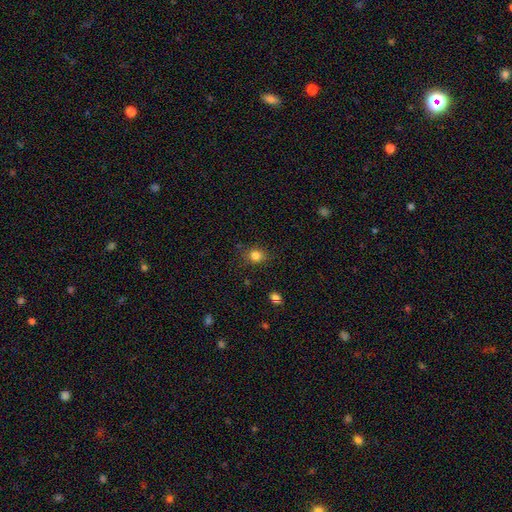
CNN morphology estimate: Overall: smooth (81%). How rounded: round (74%). Merging: none (82%).